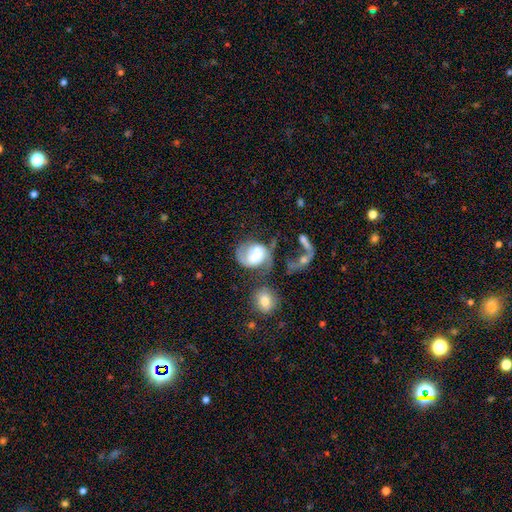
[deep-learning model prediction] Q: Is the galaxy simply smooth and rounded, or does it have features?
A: featured or disk — 65%.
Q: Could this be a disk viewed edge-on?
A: no — 98%.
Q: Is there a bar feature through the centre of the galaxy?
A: no — 55%.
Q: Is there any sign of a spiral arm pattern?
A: yes — 82%.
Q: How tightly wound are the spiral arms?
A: medium — 41%.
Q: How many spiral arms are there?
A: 2 — 68%.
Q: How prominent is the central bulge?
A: moderate — 44%.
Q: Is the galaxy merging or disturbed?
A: none — 32%.